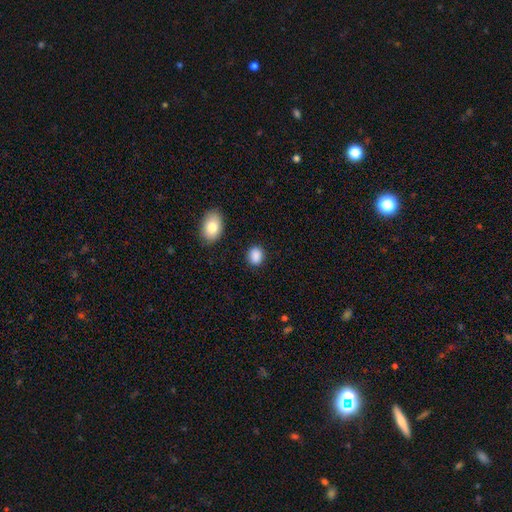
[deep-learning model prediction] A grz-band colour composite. It shows a smooth galaxy with no disk features (88%) that is in between round and cigar-shaped (54%). Merging: none (85%).